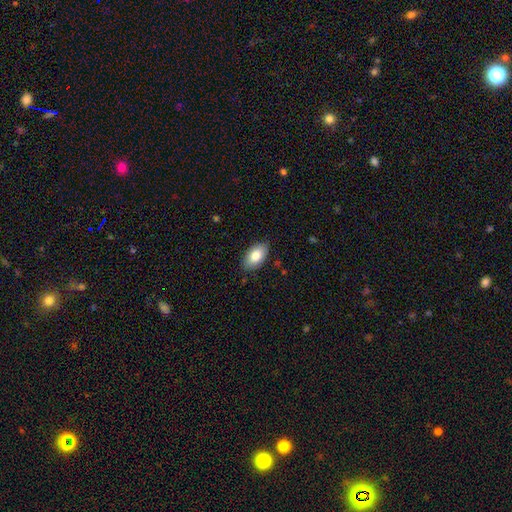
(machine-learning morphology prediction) Q: Smooth or featured?
A: smooth (81%); runner-up: featured or disk (12%)
Q: How rounded?
A: in between (93%); runner-up: round (4%)
Q: Merging?
A: none (86%); runner-up: minor disturbance (11%)